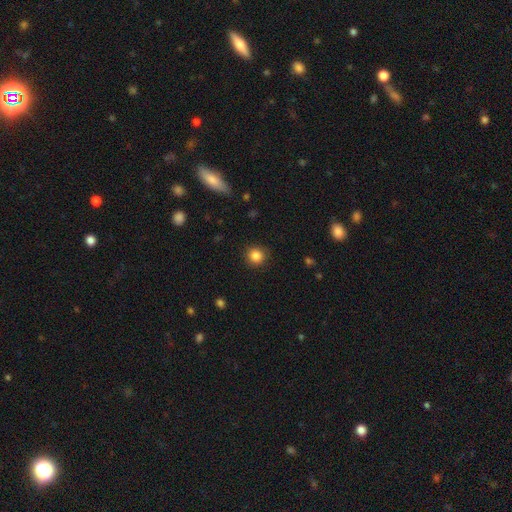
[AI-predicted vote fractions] A smooth galaxy with no disk features (85%) that is round (91%).

Vote fractions:
- Smooth or featured? smooth: 85% / star or artifact: 11% / featured or disk: 4%
- How rounded? round: 91% / in between: 8% / cigar-shaped: 1%
- Merging? none: 89% / minor disturbance: 8% / major disturbance: 2% / merger: 1%